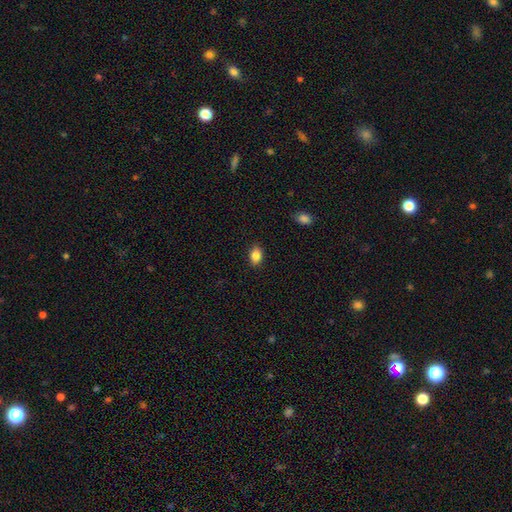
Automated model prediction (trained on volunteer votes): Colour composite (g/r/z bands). It shows a smooth galaxy with no disk features (85%) that is in between round and cigar-shaped (81%). Merging: none (87%).